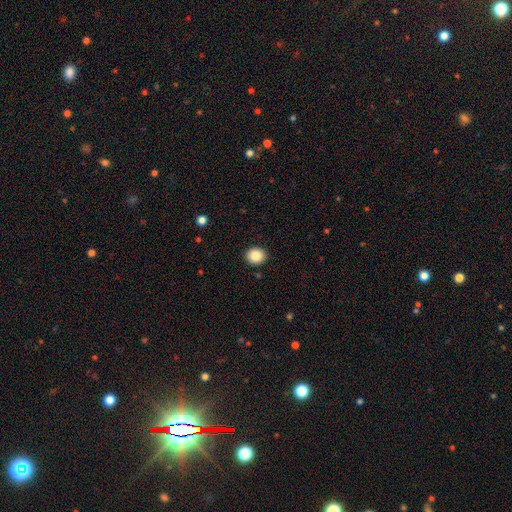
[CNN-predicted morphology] This is clearly a smooth galaxy (86%). How rounded: likely round (71%). Merging: clearly none (91%).